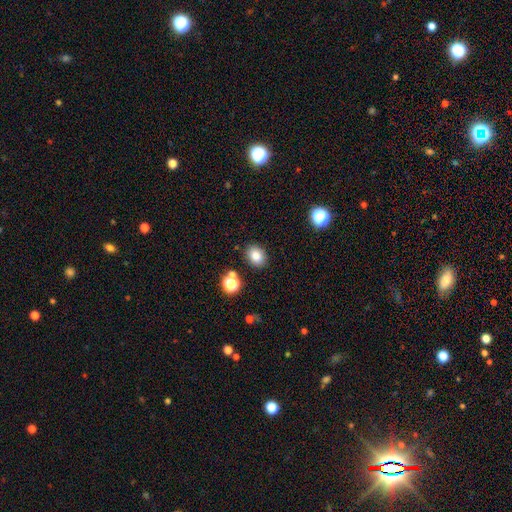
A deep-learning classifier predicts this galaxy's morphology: This is clearly a smooth galaxy (82%). How rounded: possibly in between (51%). Merging: clearly none (84%).